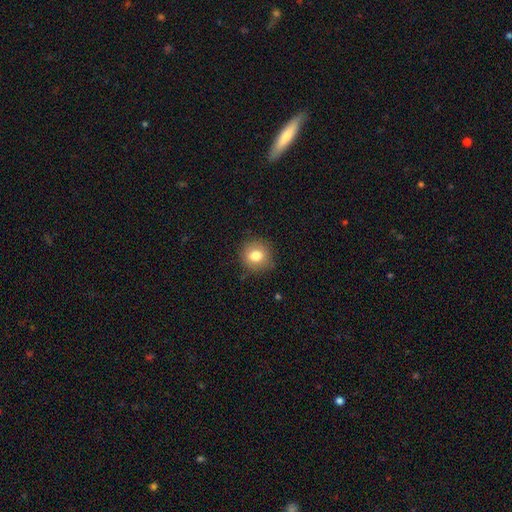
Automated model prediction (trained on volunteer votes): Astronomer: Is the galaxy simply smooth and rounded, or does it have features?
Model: smooth — 80%.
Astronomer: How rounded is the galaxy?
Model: round — 87%.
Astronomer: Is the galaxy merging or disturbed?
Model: none — 86%.